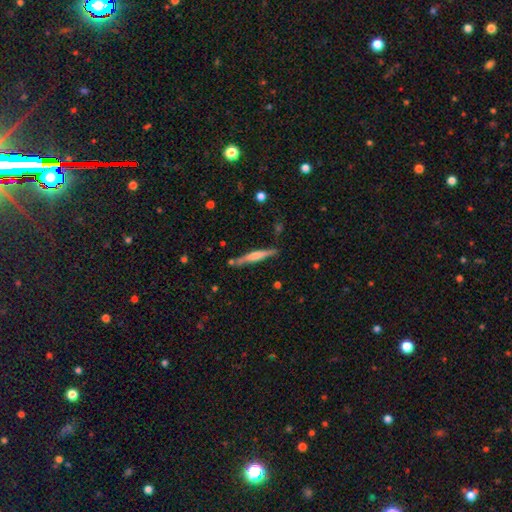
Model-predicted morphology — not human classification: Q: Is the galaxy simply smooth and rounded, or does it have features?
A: featured or disk — 49%.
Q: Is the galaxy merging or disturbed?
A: none — 78%.